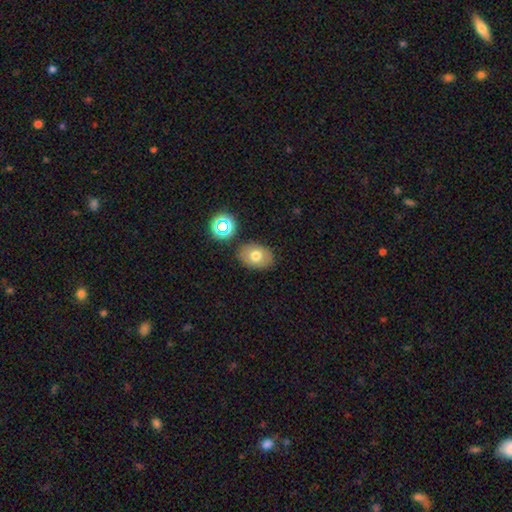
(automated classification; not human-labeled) Smooth or featured?
  - smooth: 71% *
  - featured or disk: 16%
  - star or artifact: 13%
How rounded?
  - in between: 72% *
  - round: 27%
  - cigar-shaped: 1%
Merging?
  - none: 82% *
  - minor disturbance: 11%
  - merger: 4%
  - major disturbance: 3%